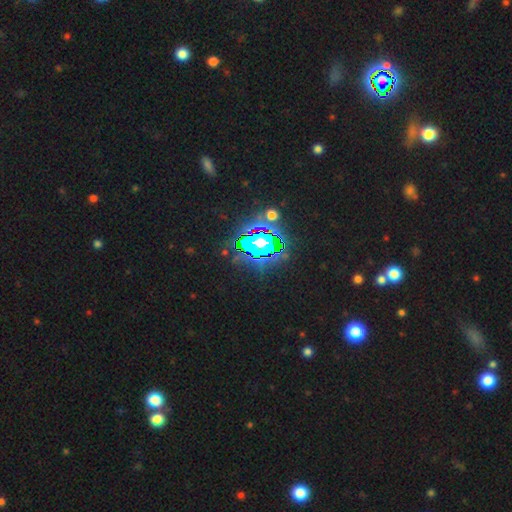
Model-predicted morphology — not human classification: Smooth or featured: star or artifact — 75% (smooth — 13%)